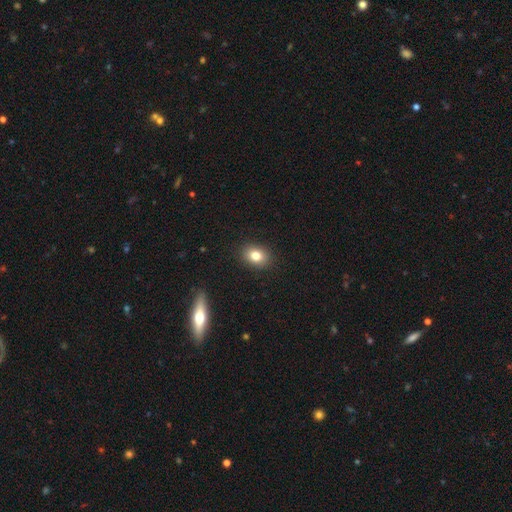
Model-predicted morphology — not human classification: Overall: smooth (80%). How rounded: in between (64%; round 35%). Merging: none (89%).